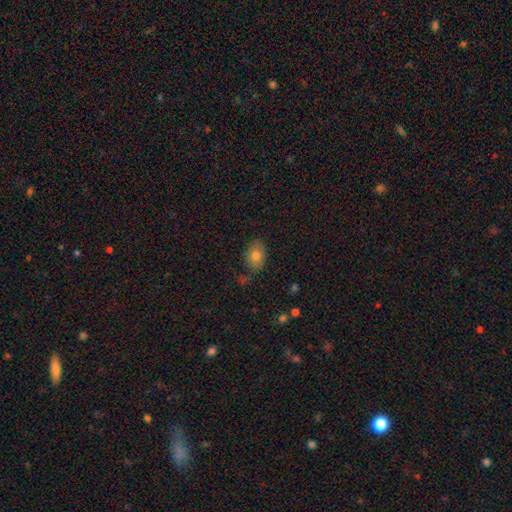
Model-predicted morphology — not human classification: Smooth or featured?
  - smooth: 78% *
  - featured or disk: 12%
  - star or artifact: 10%
How rounded?
  - in between: 74% *
  - round: 25%
  - cigar-shaped: 1%
Merging?
  - none: 74% *
  - minor disturbance: 18%
  - major disturbance: 4%
  - merger: 4%